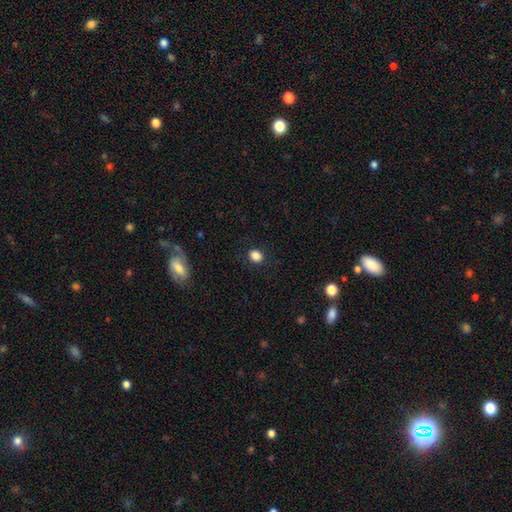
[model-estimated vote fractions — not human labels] The model was most divided on "how rounded": round: 63%, in between: 36%, cigar-shaped: 1%. More confident: merging — none (88%); smooth or featured — smooth (85%).